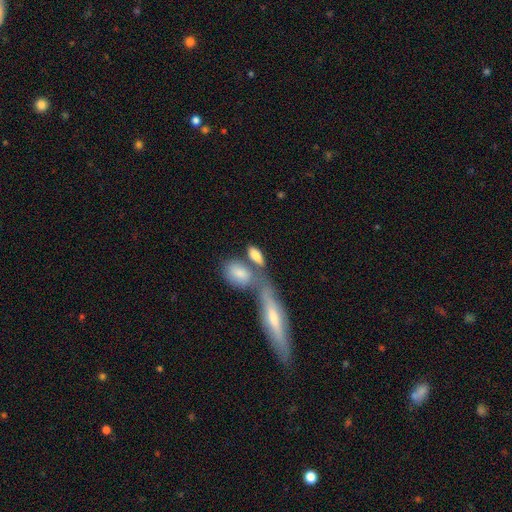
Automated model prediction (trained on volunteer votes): The model was most divided on "merging": merger: 41%, none: 40%, minor disturbance: 12%, major disturbance: 7%. More confident: how rounded — in between (79%); smooth or featured — smooth (78%).